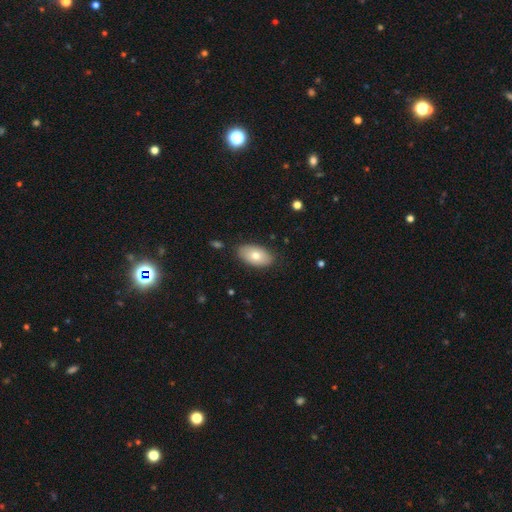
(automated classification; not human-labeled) Morphology: type=smooth (73%); roundness=in between (93%); merging=none (83%).